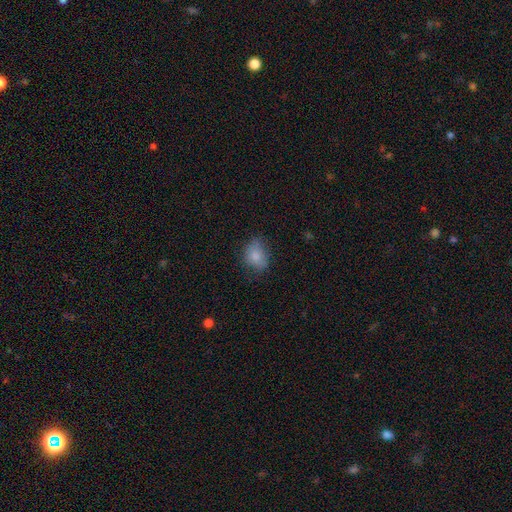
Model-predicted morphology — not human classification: This appears to be a smooth galaxy with no disk features (82%) that is in between round and cigar-shaped (62%). Merging: none (65%).